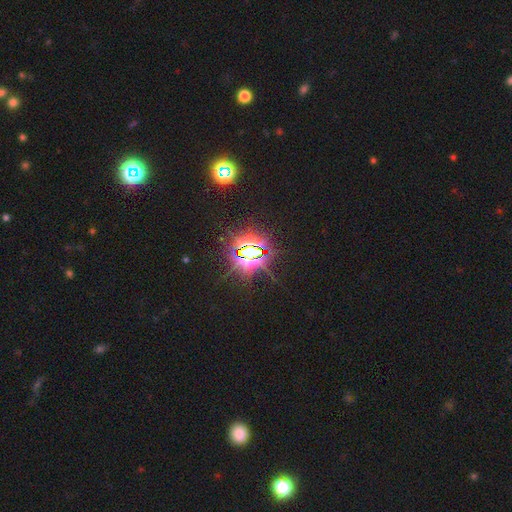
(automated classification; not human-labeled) Overall: star or artifact (84%).